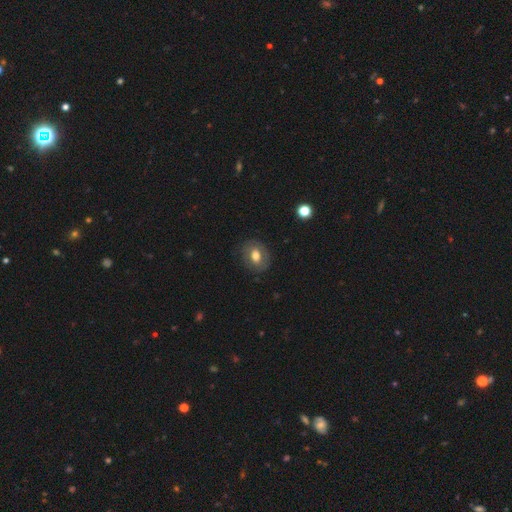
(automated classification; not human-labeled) smooth 63%, featured or disk 28%, star or artifact 9%. Down the decision tree: how rounded — in between (50%); merging — none (83%).